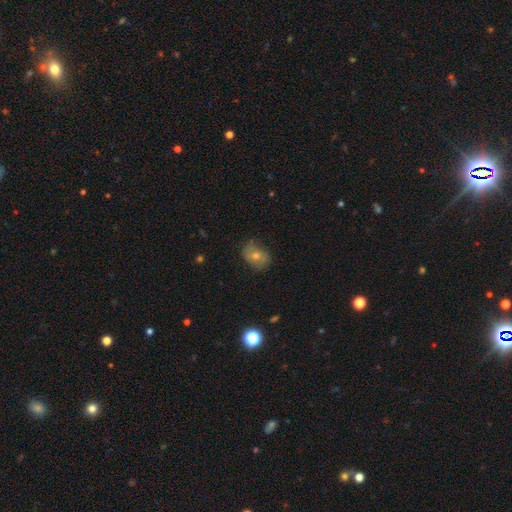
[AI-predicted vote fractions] Q: Smooth or featured?
A: smooth (48%); runner-up: featured or disk (35%)
Q: Merging?
A: none (71%); runner-up: minor disturbance (20%)